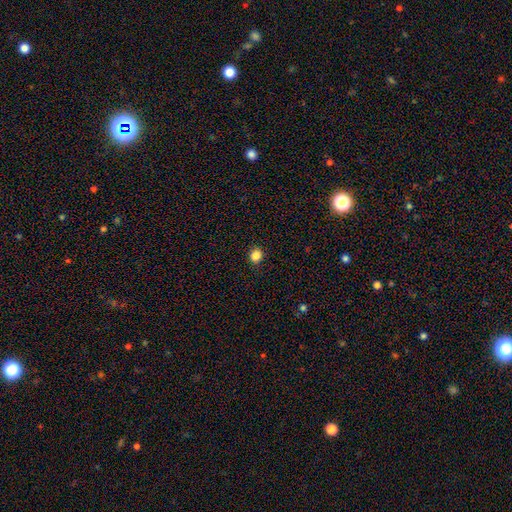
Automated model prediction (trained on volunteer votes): Smooth or featured?
  - smooth: 85% *
  - star or artifact: 12%
  - featured or disk: 3%
How rounded?
  - round: 80% *
  - in between: 19%
  - cigar-shaped: 1%
Merging?
  - none: 91% *
  - minor disturbance: 6%
  - major disturbance: 2%
  - merger: 1%